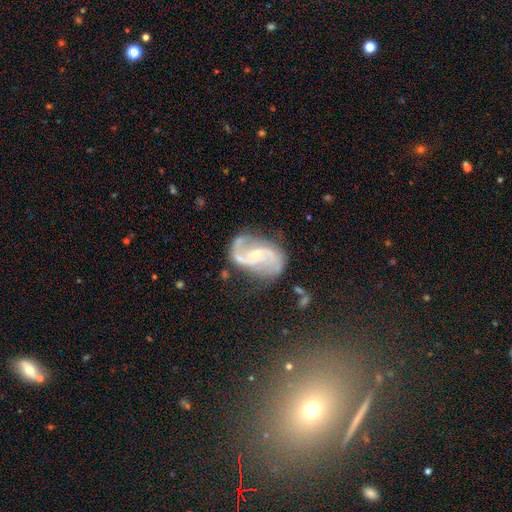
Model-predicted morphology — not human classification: smooth_or_featured: featured or disk (p=0.89) [alt: star or artifact p=0.06]
disk_edge_on: no (p=0.98) [alt: yes p=0.02]
bar: no (p=0.45) [alt: weak p=0.40]
has_spiral_arms: yes (p=0.97) [alt: no p=0.03]
spiral_winding: medium (p=0.47) [alt: loose p=0.39]
spiral_arm_count: 2 (p=0.92) [alt: can't tell p=0.03]
bulge_size: small (p=0.62) [alt: moderate p=0.31]
merging: none (p=0.70) [alt: minor disturbance p=0.18]